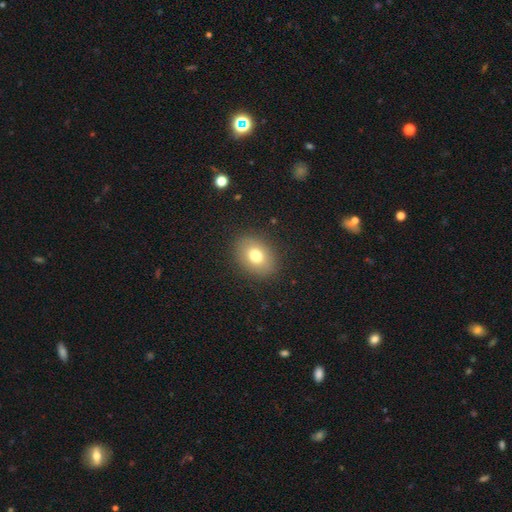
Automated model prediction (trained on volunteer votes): This is likely a smooth galaxy (74%). How rounded: likely in between (66%). Merging: clearly none (87%).